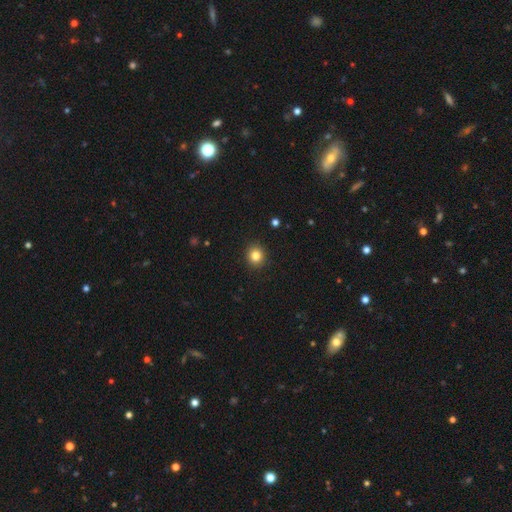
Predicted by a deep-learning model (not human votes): smooth-or-featured: smooth: 83% | star or artifact: 12% | featured or disk: 6%
  how-rounded: round: 87% | in between: 12% | cigar-shaped: 1%
  merging: none: 92% | minor disturbance: 5% | major disturbance: 2% | merger: 1%